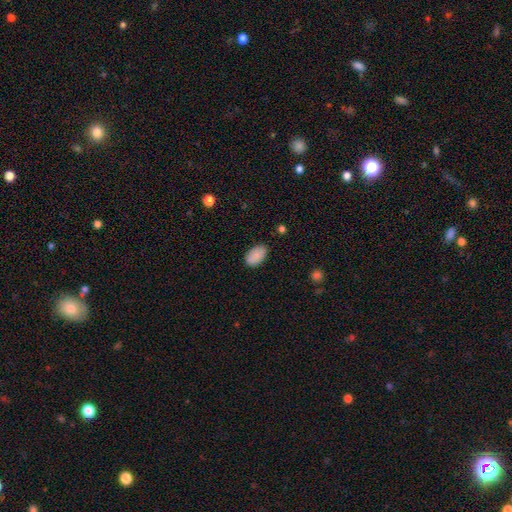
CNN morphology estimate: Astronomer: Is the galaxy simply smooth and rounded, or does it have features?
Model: smooth — 88%.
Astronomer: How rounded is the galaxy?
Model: in between — 94%.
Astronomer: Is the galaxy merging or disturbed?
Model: none — 84%.